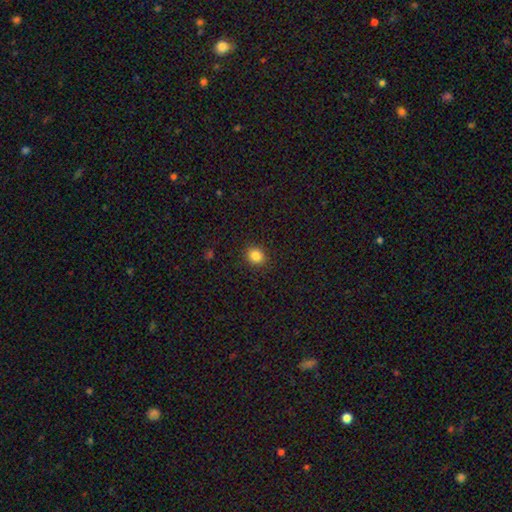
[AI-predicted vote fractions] smooth_or_featured: smooth (p=0.85) [alt: star or artifact p=0.11]
how_rounded: round (p=0.76) [alt: in between p=0.23]
merging: none (p=0.91) [alt: minor disturbance p=0.06]